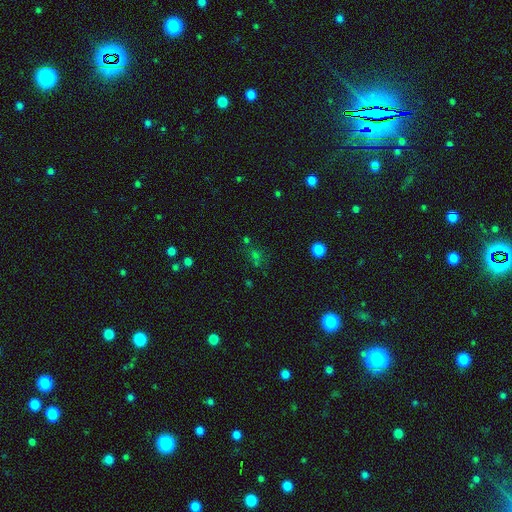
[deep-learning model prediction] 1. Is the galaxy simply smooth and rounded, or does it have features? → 50% star or artifact, 37% smooth, 13% featured or disk.